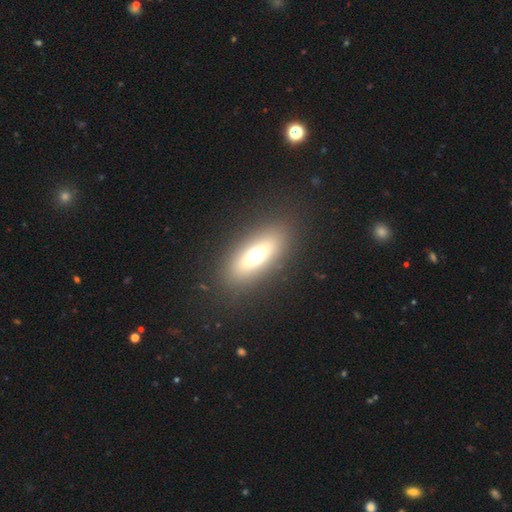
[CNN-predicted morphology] Smooth or featured? Predicted: smooth (p=0.57). How rounded? Predicted: in between (p=0.66). Merging? Predicted: none (p=0.87).